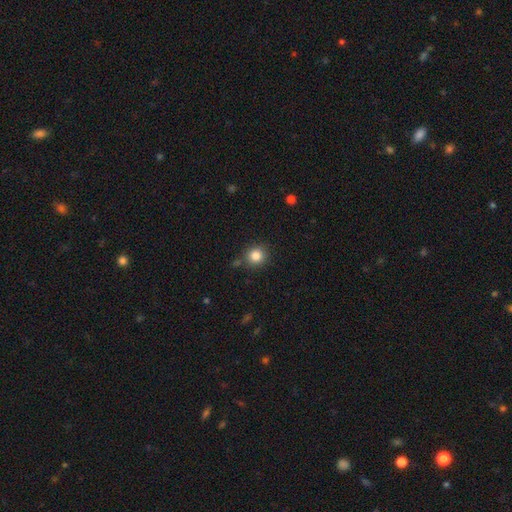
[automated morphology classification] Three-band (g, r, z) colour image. It shows a smooth galaxy with no disk features (83%) that is round (88%). Merging: none (82%).